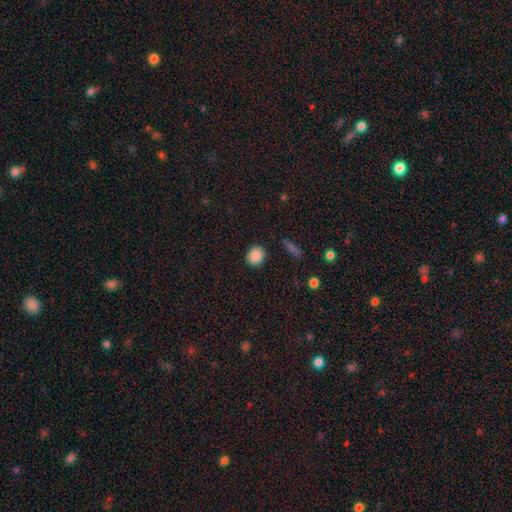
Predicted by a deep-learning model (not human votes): This appears to be a smooth galaxy with no disk features (87%) that is round (69%). Merging: none (89%).